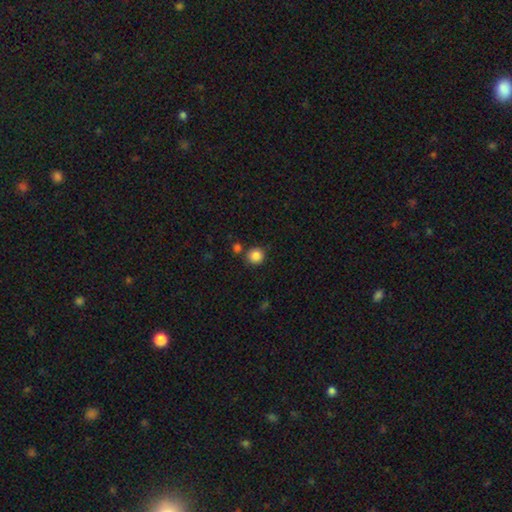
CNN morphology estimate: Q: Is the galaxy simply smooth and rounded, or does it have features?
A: smooth — 86%.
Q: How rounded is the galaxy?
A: round — 92%.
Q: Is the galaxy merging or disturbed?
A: none — 80%.